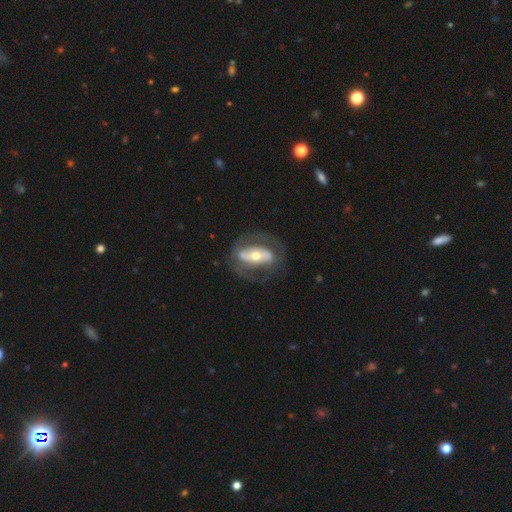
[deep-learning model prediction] This appears to be a featured or disk galaxy (71%) with a strong bar (49%), no spiral arms (52%) and a moderate central bulge (60%). Merging: none (69%).